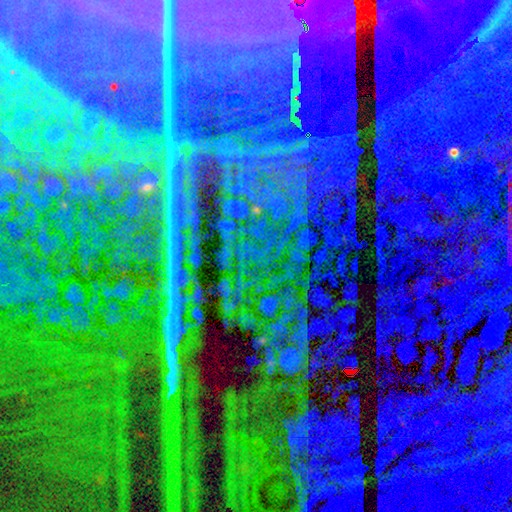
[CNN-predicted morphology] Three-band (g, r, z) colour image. It shows a star or artifact, not a galaxy (88%).